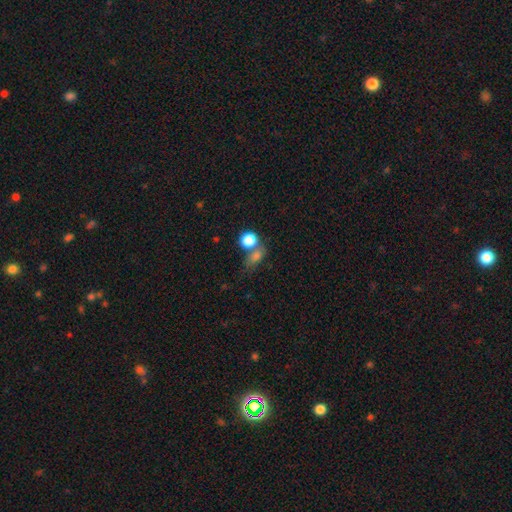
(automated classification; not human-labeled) This appears to be a smooth galaxy with no disk features (77%) that is in between round and cigar-shaped (51%). Merging: none (42%).